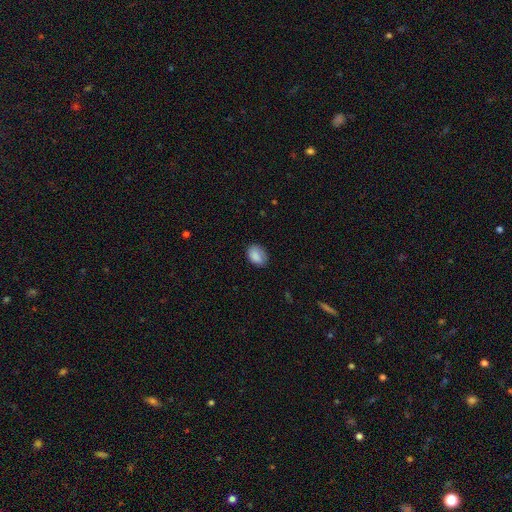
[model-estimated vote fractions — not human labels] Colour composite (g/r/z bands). It shows a smooth galaxy with no disk features (86%) that is in between round and cigar-shaped (78%). Merging: none (71%).